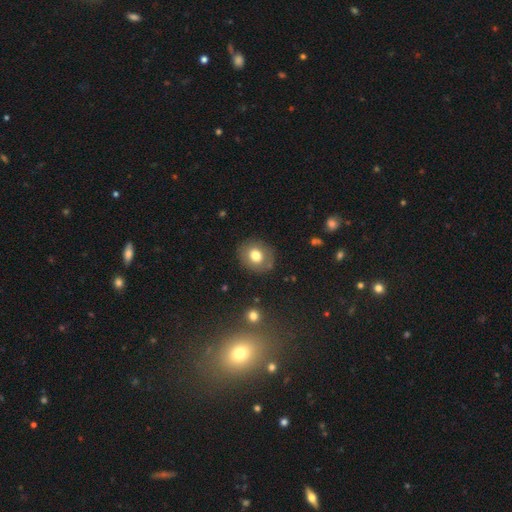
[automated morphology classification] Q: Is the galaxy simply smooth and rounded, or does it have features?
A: smooth — 75%.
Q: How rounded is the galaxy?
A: round — 71%.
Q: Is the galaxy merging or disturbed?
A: none — 85%.